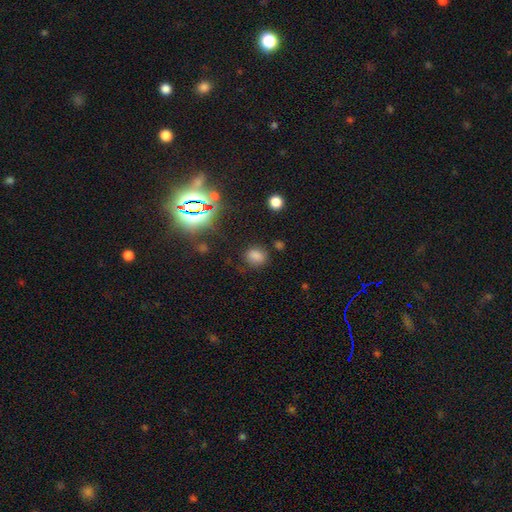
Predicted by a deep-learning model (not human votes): A smooth galaxy with no disk features (73%) that is round (50%). Merging: none (74%).